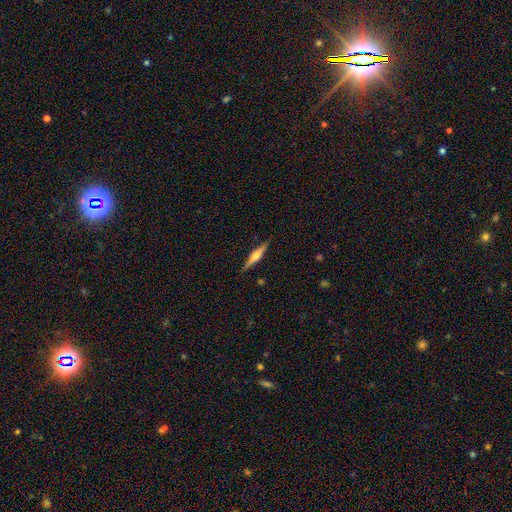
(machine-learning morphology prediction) A featured or disk galaxy (70%) viewed edge-on (98%) with a rounded central bulge (85%). Merging: none (90%).